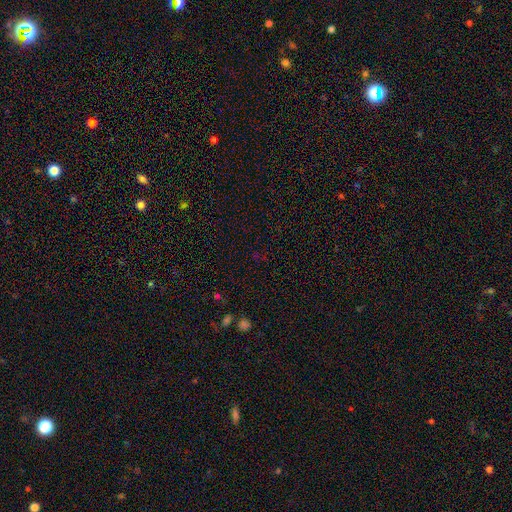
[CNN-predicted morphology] Smooth or featured?
  - star or artifact: 63% *
  - smooth: 29%
  - featured or disk: 8%